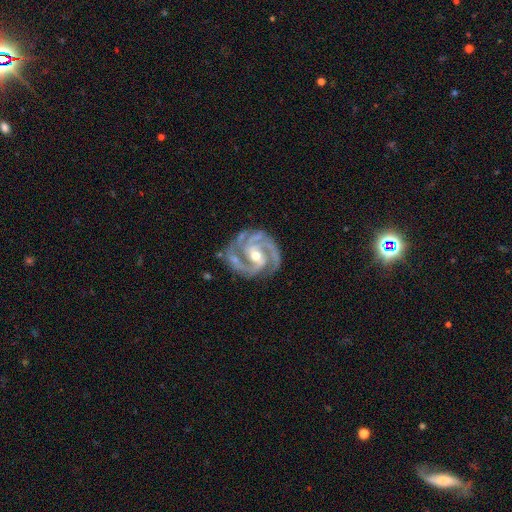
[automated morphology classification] Smooth or featured: featured or disk — 94% (star or artifact — 4%)
Edge-on disk: no — 98% (yes — 2%)
Bar: weak — 39% (no — 35%)
Spiral arms: yes — 99% (no — 1%)
Spiral winding: tight — 56% (medium — 41%)
Spiral arm count: 3 — 54% (2 — 27%)
Bulge size: moderate — 63% (small — 34%)
Merging: none — 74% (minor disturbance — 17%)